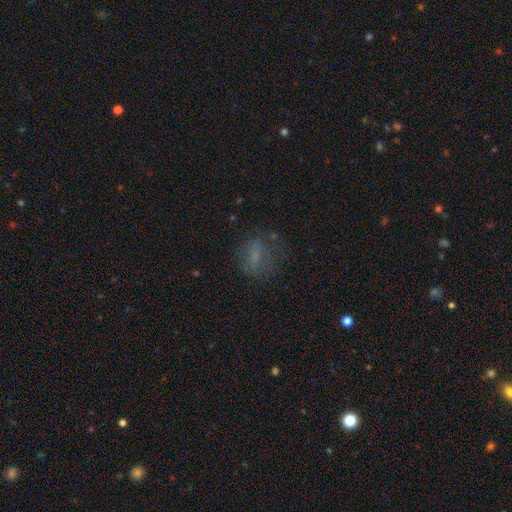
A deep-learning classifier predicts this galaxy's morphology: A smooth galaxy with no disk features (57%) that is round (49%).

Vote fractions:
- Smooth or featured? smooth: 57% / featured or disk: 25% / star or artifact: 19%
- How rounded? round: 49% / in between: 46% / cigar-shaped: 5%
- Merging? none: 62% / minor disturbance: 19% / major disturbance: 17% / merger: 2%